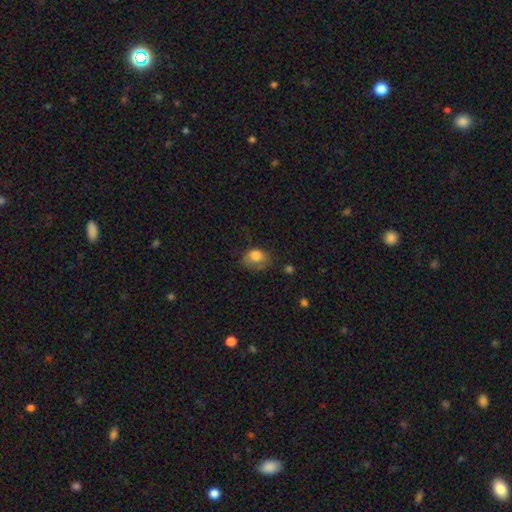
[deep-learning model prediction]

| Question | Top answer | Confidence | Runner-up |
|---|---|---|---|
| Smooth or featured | smooth | 78% | featured or disk (13%) |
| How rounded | in between | 64% | round (35%) |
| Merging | none | 38% | minor disturbance (36%) |